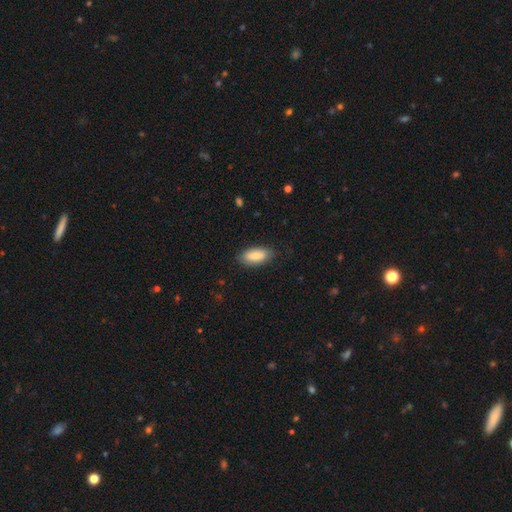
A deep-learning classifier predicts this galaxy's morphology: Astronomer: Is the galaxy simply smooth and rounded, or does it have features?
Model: smooth — 84%.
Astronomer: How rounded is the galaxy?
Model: in between — 88%.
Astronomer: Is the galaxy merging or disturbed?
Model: none — 82%.